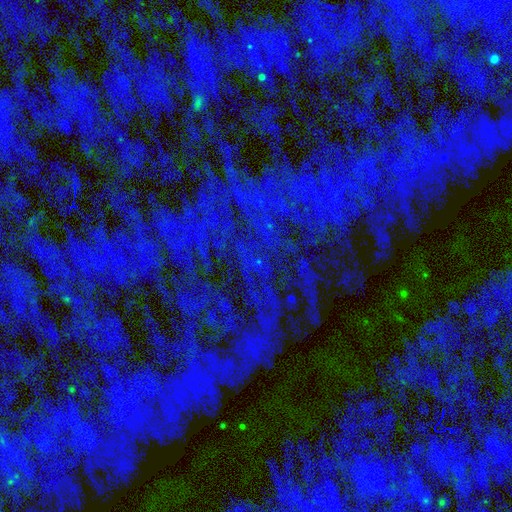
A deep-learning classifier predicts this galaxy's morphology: Overall: star or artifact (79%).